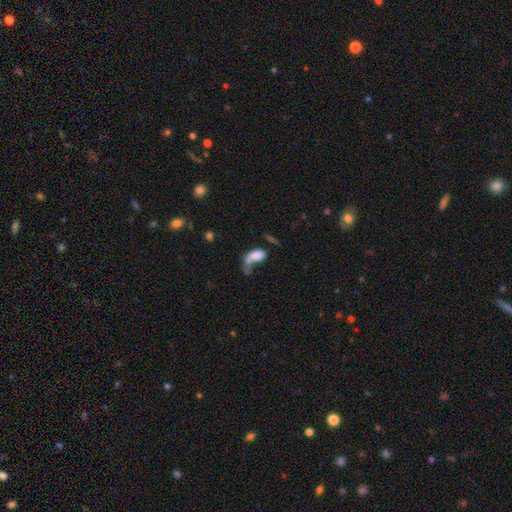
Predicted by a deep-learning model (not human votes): This appears to be a smooth galaxy with no disk features (65%) that is in between round and cigar-shaped (84%). Merging: major disturbance (37%).